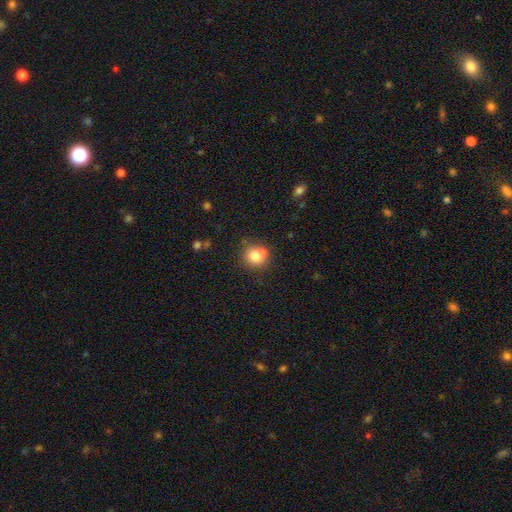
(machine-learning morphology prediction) Overall: smooth (77%). How rounded: round (86%). Merging: none (57%; merger 27%).